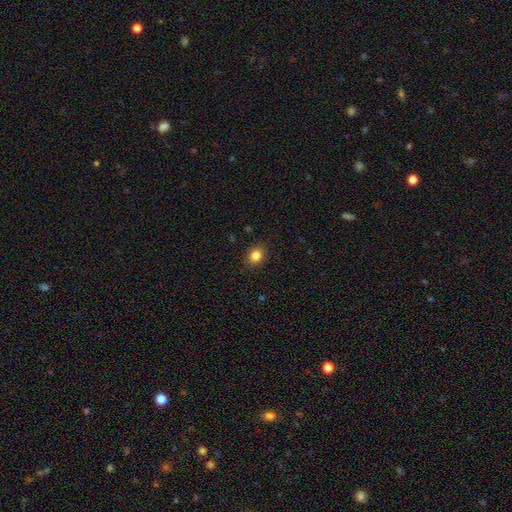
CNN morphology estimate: smooth-or-featured: smooth: 84% | star or artifact: 11% | featured or disk: 5%
  how-rounded: round: 55% | in between: 44% | cigar-shaped: 1%
  merging: none: 89% | minor disturbance: 8% | major disturbance: 2% | merger: 1%